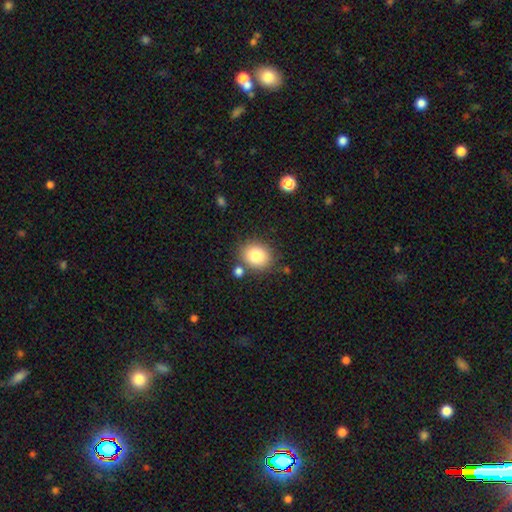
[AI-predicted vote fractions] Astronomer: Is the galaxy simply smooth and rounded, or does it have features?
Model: smooth — 81%.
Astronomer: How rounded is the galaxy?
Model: round — 67%.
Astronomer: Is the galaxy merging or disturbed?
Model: none — 77%.